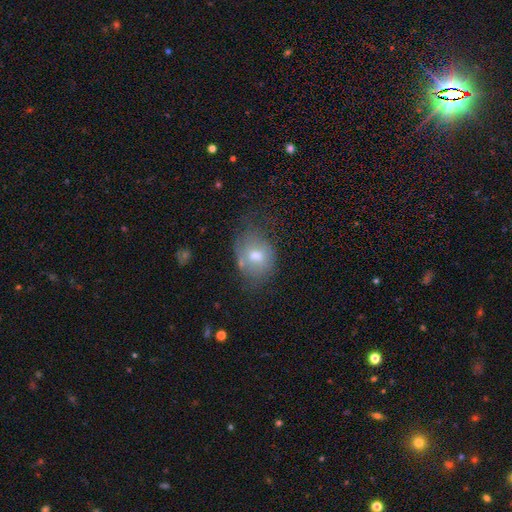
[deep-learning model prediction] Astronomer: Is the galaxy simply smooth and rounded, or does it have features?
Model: smooth — 59%.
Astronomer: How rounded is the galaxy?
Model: in between — 57% (runner-up: round, 42%).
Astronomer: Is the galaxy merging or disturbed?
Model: none — 46% (runner-up: minor disturbance, 31%).